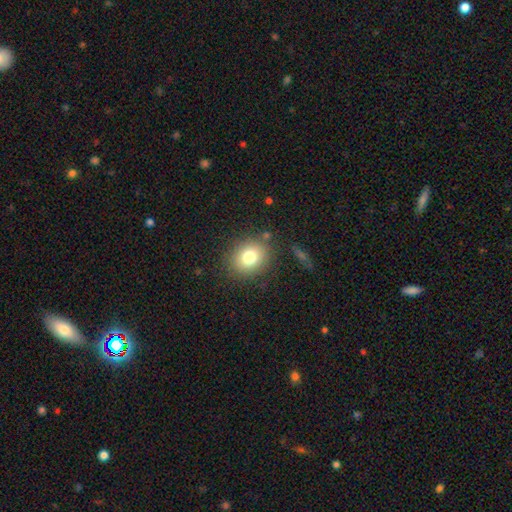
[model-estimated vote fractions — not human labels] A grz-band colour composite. It shows a smooth galaxy with no disk features (76%) that is round (65%). Merging: none (85%).